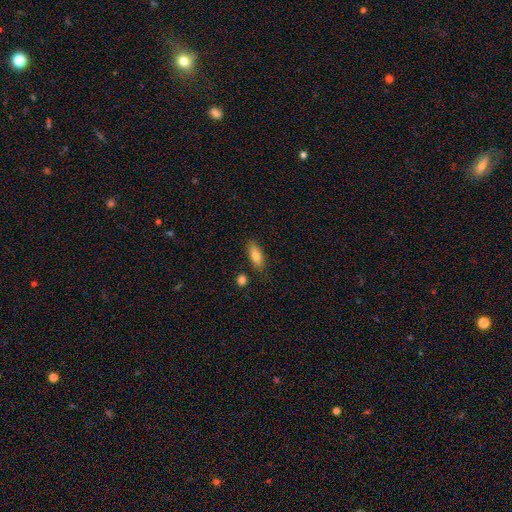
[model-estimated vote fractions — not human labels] A smooth galaxy with no disk features (81%) that is in between round and cigar-shaped (75%). Merging: none (80%).